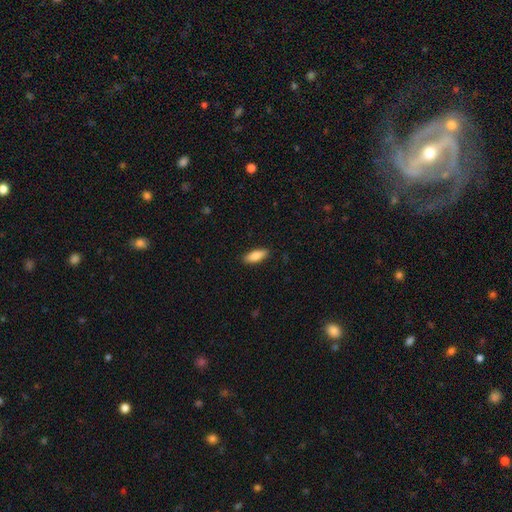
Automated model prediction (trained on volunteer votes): Q: Smooth or featured?
A: smooth (85%); runner-up: featured or disk (9%)
Q: How rounded?
A: in between (69%); runner-up: cigar-shaped (29%)
Q: Merging?
A: none (89%); runner-up: minor disturbance (8%)